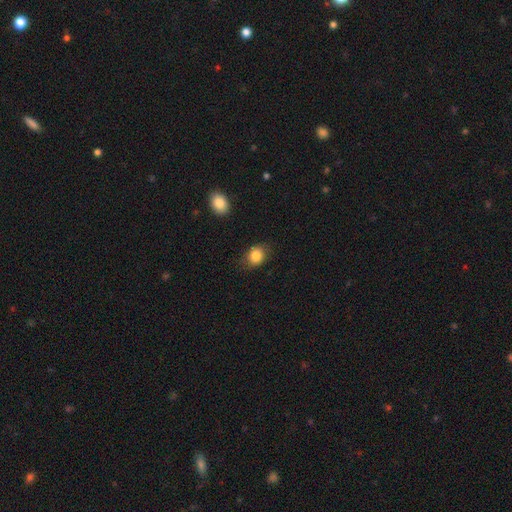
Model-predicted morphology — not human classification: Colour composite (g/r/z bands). It shows a smooth galaxy with no disk features (85%) that is round (51%). Merging: none (75%).